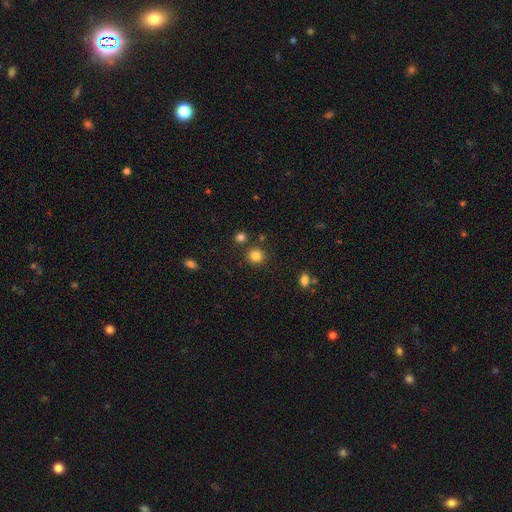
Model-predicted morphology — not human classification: The model was most divided on "smooth or featured": smooth: 83%, star or artifact: 12%, featured or disk: 4%. More confident: how rounded — round (89%); merging — none (82%).